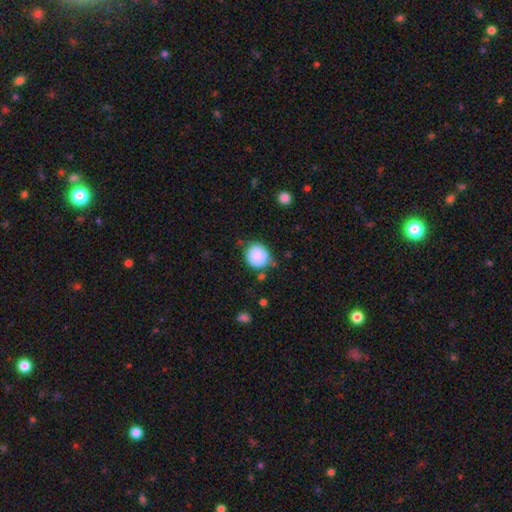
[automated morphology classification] A smooth galaxy with no disk features (87%) that is round (86%). Merging: none (72%).